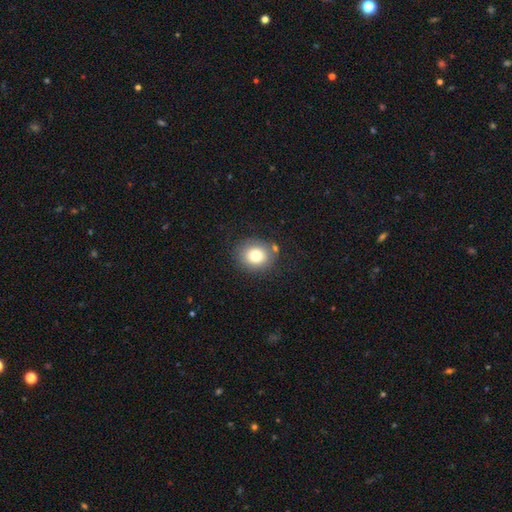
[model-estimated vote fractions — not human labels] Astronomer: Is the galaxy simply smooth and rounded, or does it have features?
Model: smooth — 77%.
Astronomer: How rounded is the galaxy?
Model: round — 71%.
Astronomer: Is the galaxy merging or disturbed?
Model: none — 77%.